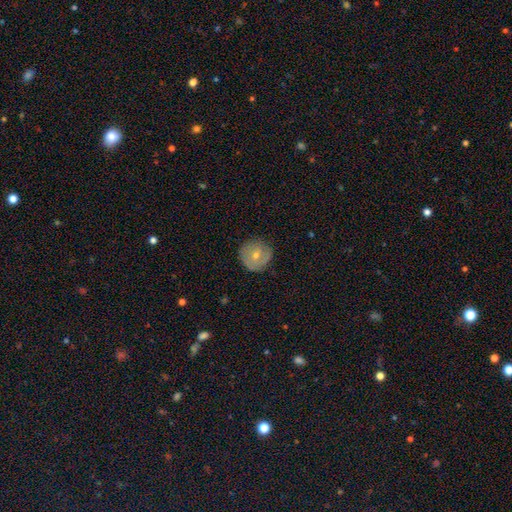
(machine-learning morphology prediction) Smooth or featured? Predicted: smooth (p=0.53). How rounded? Predicted: round (p=0.93). Merging? Predicted: none (p=0.81).